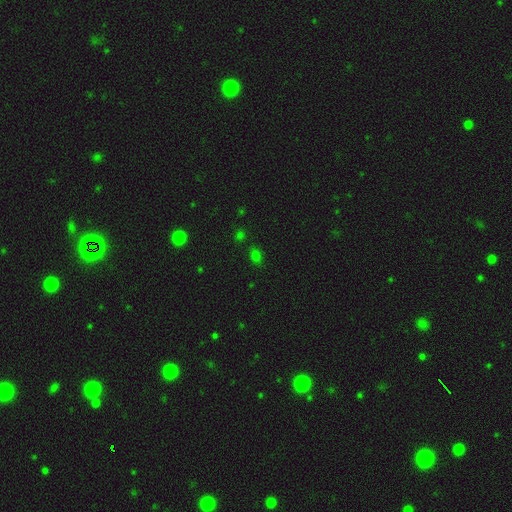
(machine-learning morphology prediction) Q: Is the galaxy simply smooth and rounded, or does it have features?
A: smooth — 67%.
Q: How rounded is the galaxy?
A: in between — 65%.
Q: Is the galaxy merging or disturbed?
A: none — 81%.